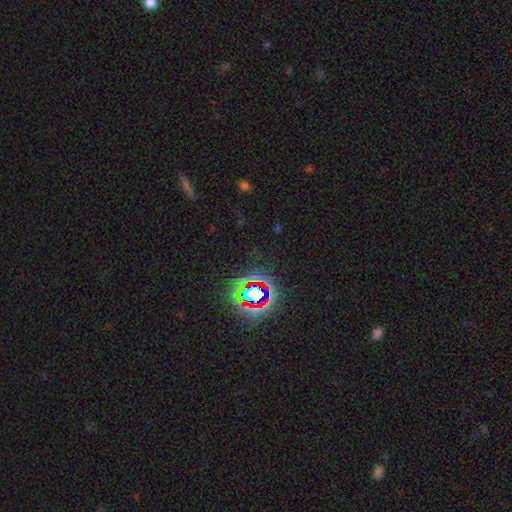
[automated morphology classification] Smooth or featured: star or artifact — 75% (smooth — 16%)